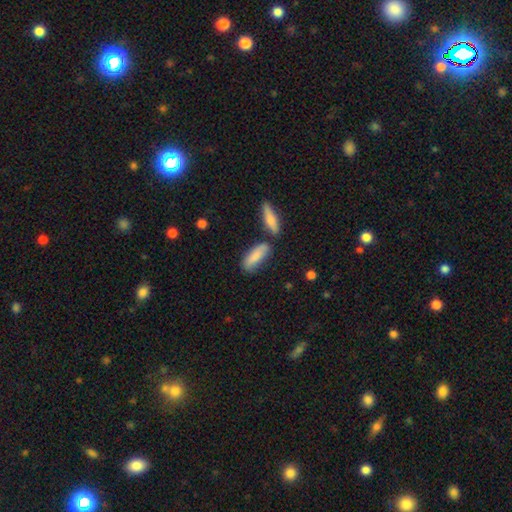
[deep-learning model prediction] smooth-or-featured: smooth: 81% | featured or disk: 13% | star or artifact: 6%
  how-rounded: in between: 60% | cigar-shaped: 38% | round: 2%
  merging: none: 63% | minor disturbance: 17% | merger: 15% | major disturbance: 5%